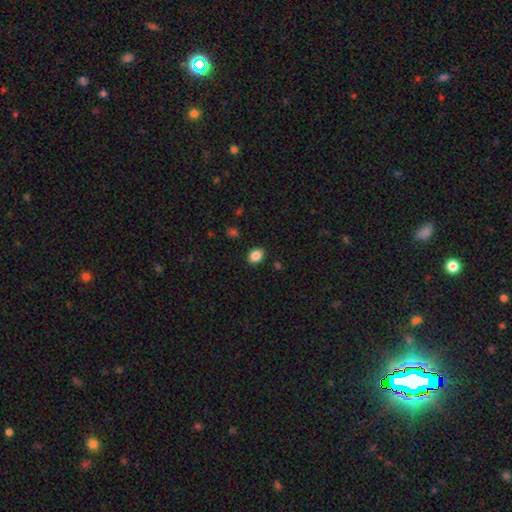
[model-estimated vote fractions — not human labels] Q: Smooth or featured?
A: smooth (87%); runner-up: star or artifact (9%)
Q: How rounded?
A: in between (60%); runner-up: round (39%)
Q: Merging?
A: none (89%); runner-up: minor disturbance (8%)